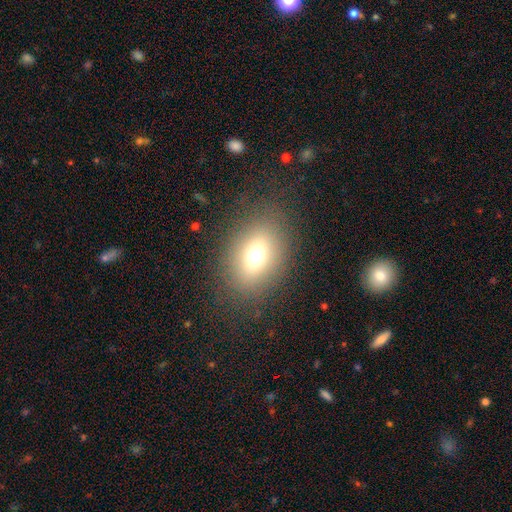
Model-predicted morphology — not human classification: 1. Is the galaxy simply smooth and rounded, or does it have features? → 70% smooth, 16% star or artifact, 14% featured or disk.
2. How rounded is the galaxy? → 66% in between, 32% round, 1% cigar-shaped.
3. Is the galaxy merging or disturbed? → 81% none, 10% minor disturbance, 7% major disturbance, 1% merger.